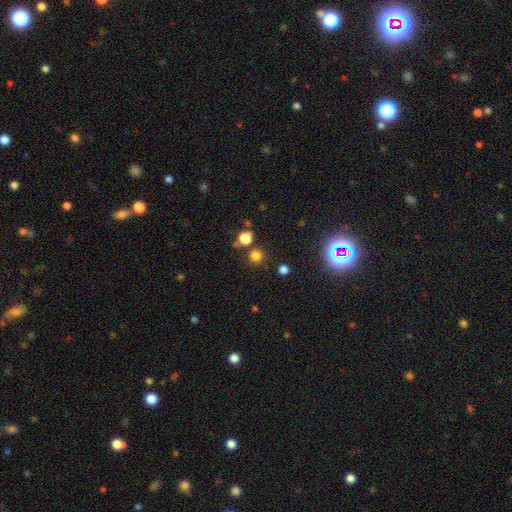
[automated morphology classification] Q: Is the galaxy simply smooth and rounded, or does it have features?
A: smooth — 76%.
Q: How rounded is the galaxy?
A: round — 93%.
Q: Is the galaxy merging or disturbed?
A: none — 80%.